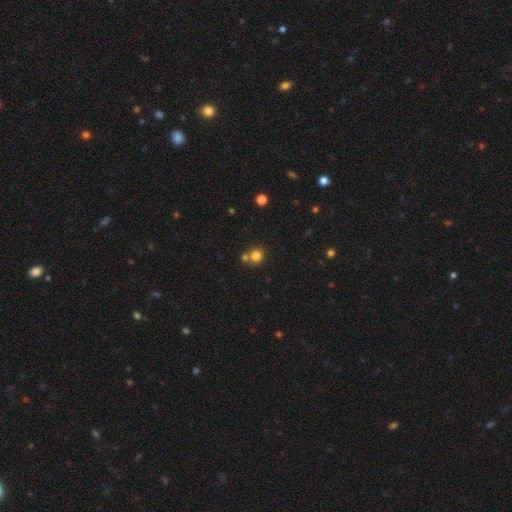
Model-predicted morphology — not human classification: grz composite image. It shows a smooth galaxy with no disk features (80%) that is round (89%). Merging: none (62%).